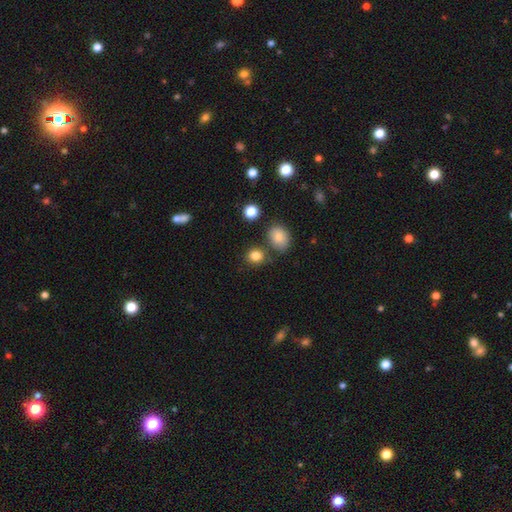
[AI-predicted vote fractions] Smooth or featured: smooth — 83% (star or artifact — 12%)
How rounded: round — 77% (in between — 22%)
Merging: none — 74% (merger — 11%)